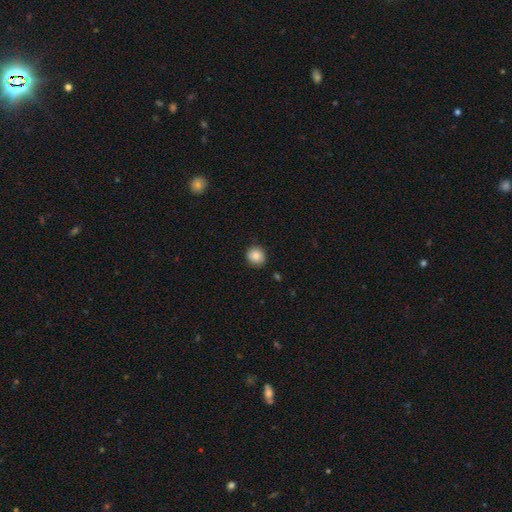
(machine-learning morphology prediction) smooth_or_featured: smooth (p=0.85) [alt: star or artifact p=0.09]
how_rounded: round (p=0.85) [alt: in between p=0.14]
merging: none (p=0.88) [alt: minor disturbance p=0.08]